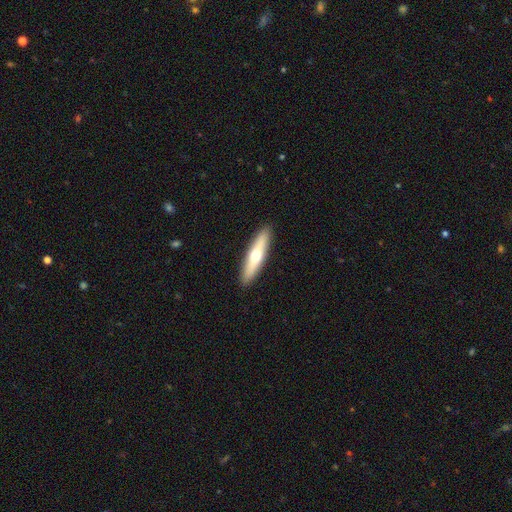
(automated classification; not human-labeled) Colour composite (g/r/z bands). It shows a smooth galaxy with no disk features (52%) that is cigar-shaped (80%). Merging: none (91%).